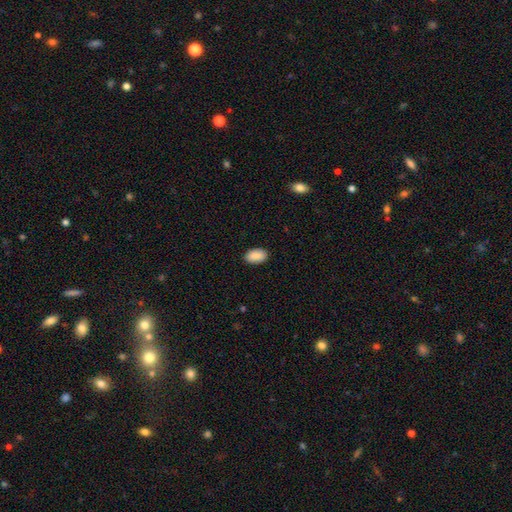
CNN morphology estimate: smooth 90%, star or artifact 7%, featured or disk 4%. Down the decision tree: how rounded — in between (93%); merging — none (89%).